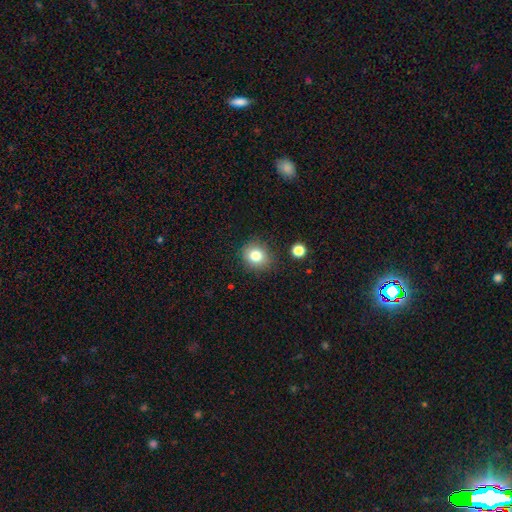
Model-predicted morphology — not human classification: Smooth or featured: smooth — 79% (star or artifact — 12%)
How rounded: round — 81% (in between — 19%)
Merging: none — 84% (minor disturbance — 11%)